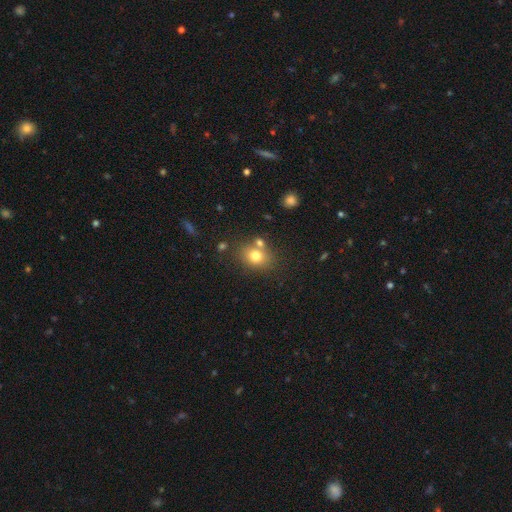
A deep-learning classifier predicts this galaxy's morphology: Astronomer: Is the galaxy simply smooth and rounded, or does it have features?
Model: smooth — 76%.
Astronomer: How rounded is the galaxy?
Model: round — 53% (runner-up: in between, 46%).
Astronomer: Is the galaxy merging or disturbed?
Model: none — 67%.